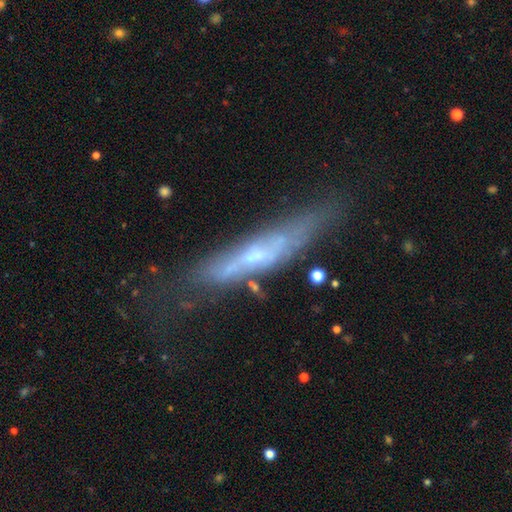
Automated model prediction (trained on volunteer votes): A featured or disk galaxy (64%) viewed edge-on (64%). Merging: none (51%).